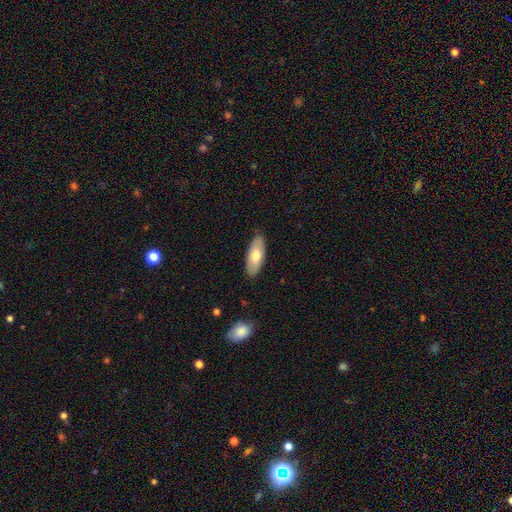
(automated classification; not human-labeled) A smooth galaxy with no disk features (66%) that is in between round and cigar-shaped (83%). Merging: none (87%).